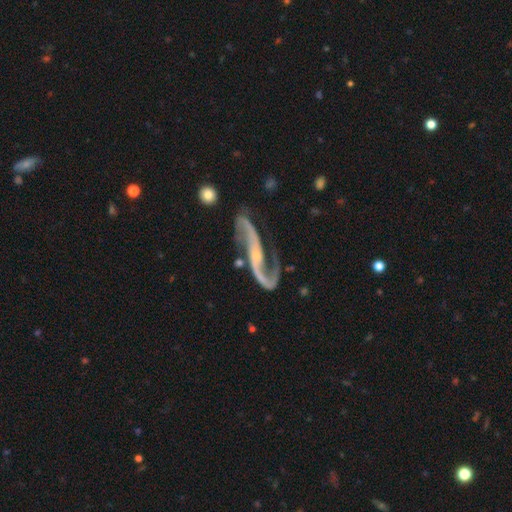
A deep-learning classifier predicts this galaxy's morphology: Smooth or featured: featured or disk — 91% (star or artifact — 5%)
Edge-on disk: no — 89% (yes — 11%)
Bar: no — 36% (strong — 34%)
Spiral arms: yes — 97% (no — 3%)
Spiral winding: loose — 64% (medium — 28%)
Spiral arm count: 2 — 92% (1 — 3%)
Bulge size: small — 70% (moderate — 17%)
Merging: none — 63% (minor disturbance — 19%)